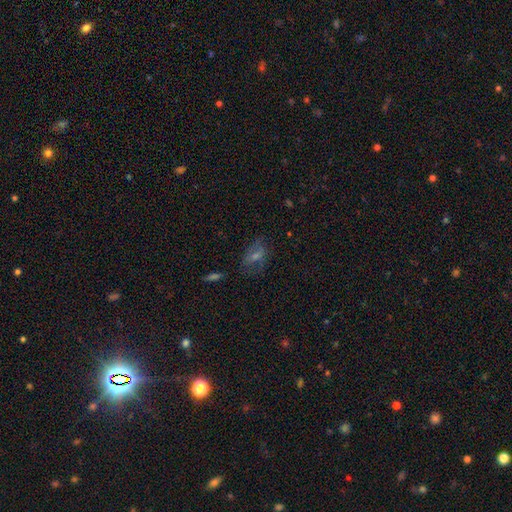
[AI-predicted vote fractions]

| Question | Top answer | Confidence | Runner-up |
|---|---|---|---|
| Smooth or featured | featured or disk | 40% | smooth (36%) |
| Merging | none | 66% | minor disturbance (20%) |